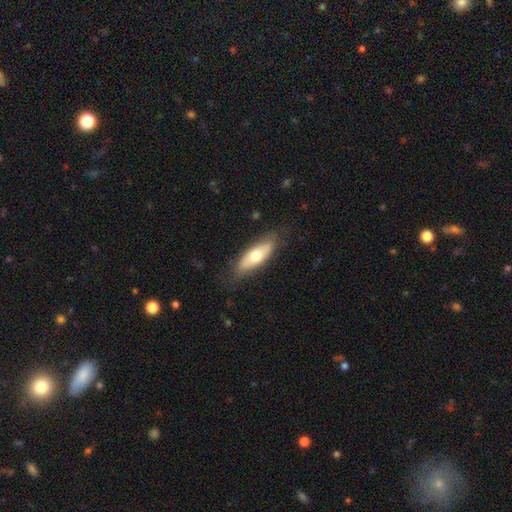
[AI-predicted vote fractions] A smooth galaxy with no disk features (62%) that is in between round and cigar-shaped (60%).

Vote fractions:
- Smooth or featured? smooth: 62% / featured or disk: 32% / star or artifact: 5%
- How rounded? in between: 60% / cigar-shaped: 38% / round: 2%
- Merging? none: 80% / minor disturbance: 15% / major disturbance: 3% / merger: 1%